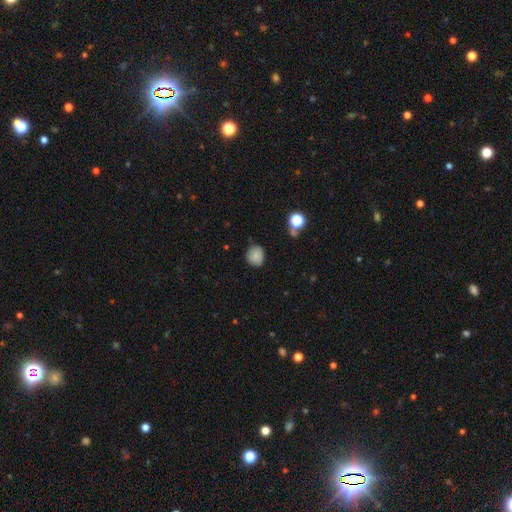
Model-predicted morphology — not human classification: type=smooth (83%); roundness=round (76%); merging=none (75%).